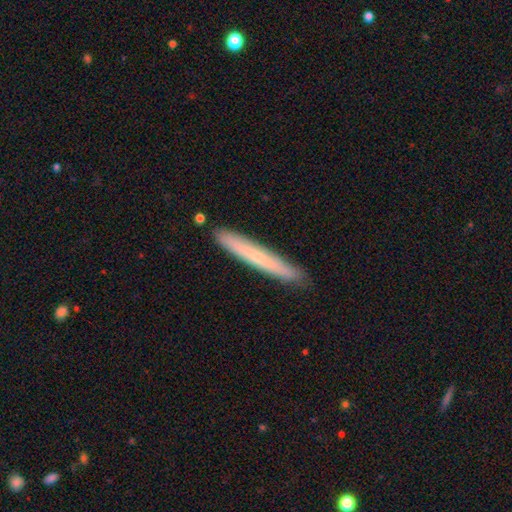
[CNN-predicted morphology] This appears to be a smooth galaxy with no disk features (62%) that is cigar-shaped (96%). Merging: none (88%).